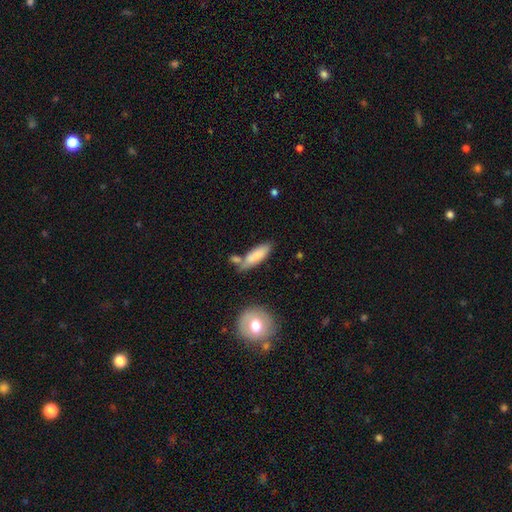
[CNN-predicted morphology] smooth_or_featured: smooth (p=0.77) [alt: featured or disk p=0.17]
how_rounded: in between (p=0.60) [alt: cigar-shaped p=0.38]
merging: none (p=0.54) [alt: merger p=0.22]